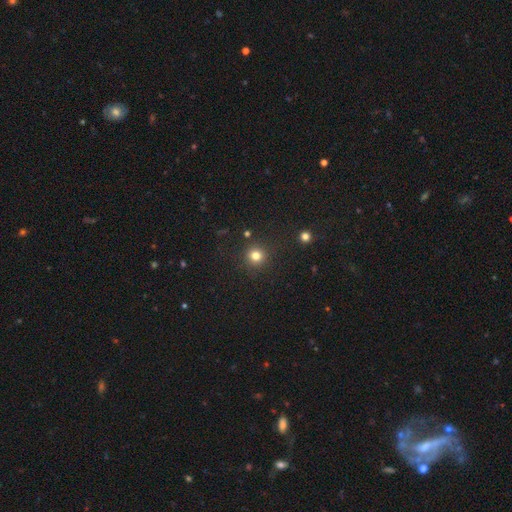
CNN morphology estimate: smooth-or-featured: smooth: 80% | star or artifact: 15% | featured or disk: 5%
  how-rounded: round: 94% | in between: 6% | cigar-shaped: 1%
  merging: none: 89% | minor disturbance: 6% | major disturbance: 2% | merger: 2%